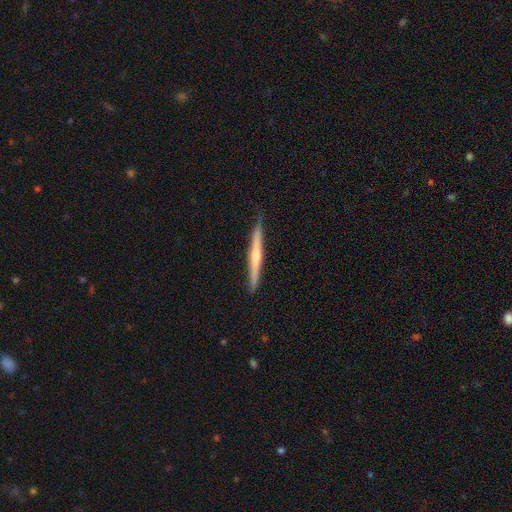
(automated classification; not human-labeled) A featured or disk galaxy (56%) viewed edge-on (98%) with a rounded central bulge (53%). Merging: none (86%).